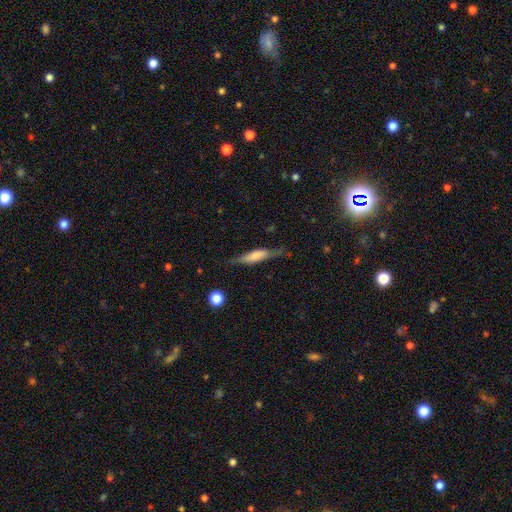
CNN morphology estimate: The model was most divided on "smooth or featured": smooth: 50%, featured or disk: 43%, star or artifact: 7%. More confident: merging — none (71%).